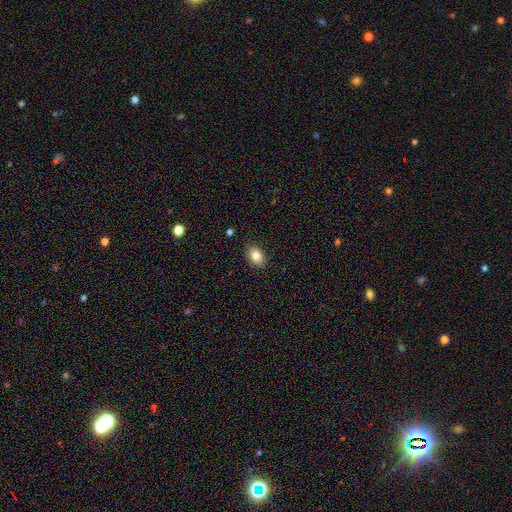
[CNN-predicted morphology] Overall: smooth (83%). How rounded: in between (82%). Merging: none (88%).